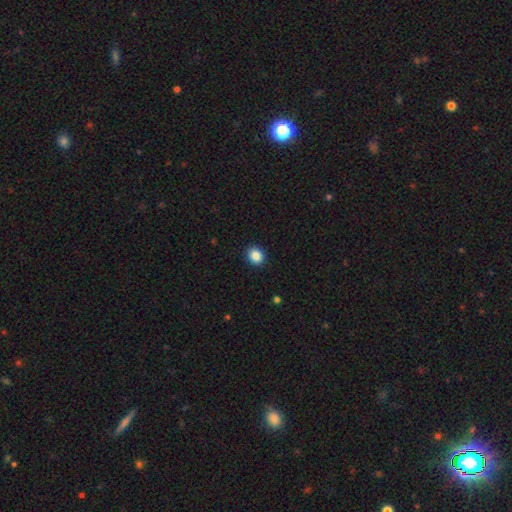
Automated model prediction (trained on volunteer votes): Smooth or featured?
  - smooth: 86% *
  - star or artifact: 10%
  - featured or disk: 4%
How rounded?
  - round: 71% *
  - in between: 28%
  - cigar-shaped: 1%
Merging?
  - none: 91% *
  - minor disturbance: 6%
  - major disturbance: 2%
  - merger: 1%